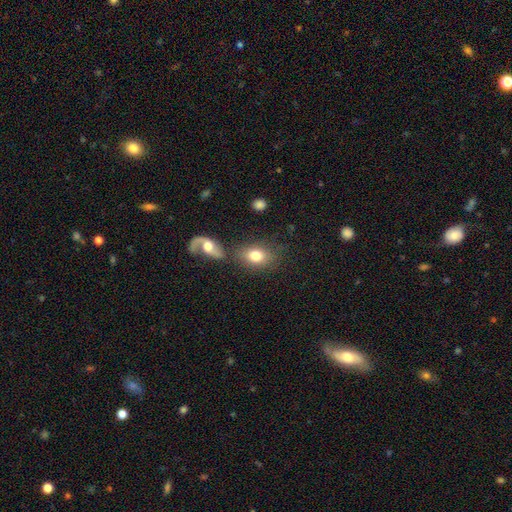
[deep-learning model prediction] This appears to be a smooth galaxy with no disk features (76%) that is in between round and cigar-shaped (77%). Merging: none (57%).